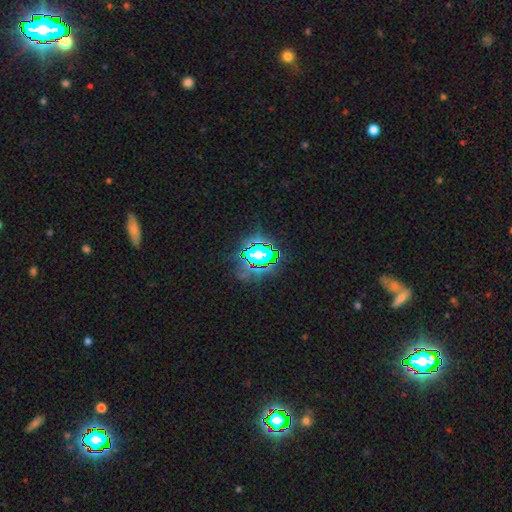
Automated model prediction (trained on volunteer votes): Smooth or featured? Predicted: star or artifact (p=0.78).